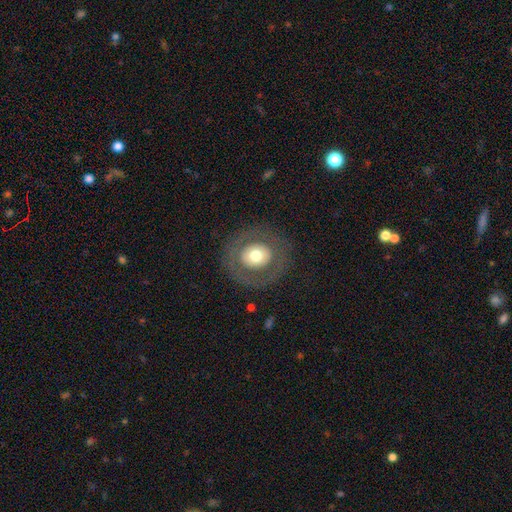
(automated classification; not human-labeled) A smooth galaxy with no disk features (54%) that is round (86%).

Vote fractions:
- Smooth or featured? smooth: 54% / featured or disk: 38% / star or artifact: 8%
- How rounded? round: 86% / in between: 13% / cigar-shaped: 1%
- Merging? none: 81% / minor disturbance: 10% / major disturbance: 8% / merger: 1%